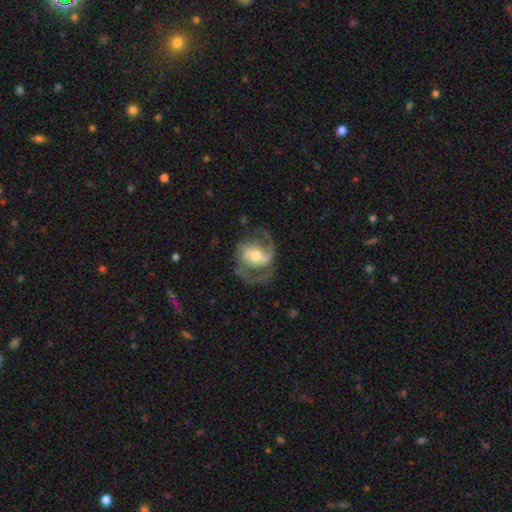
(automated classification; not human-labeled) Smooth or featured? Predicted: featured or disk (p=0.86). Edge-on disk? Predicted: no (p=0.97). Bar? Predicted: no (p=0.44). Spiral arms? Predicted: yes (p=0.94). Spiral winding? Predicted: medium (p=0.55). Spiral arm count? Predicted: 2 (p=0.85). Bulge size? Predicted: moderate (p=0.69). Merging? Predicted: none (p=0.67).